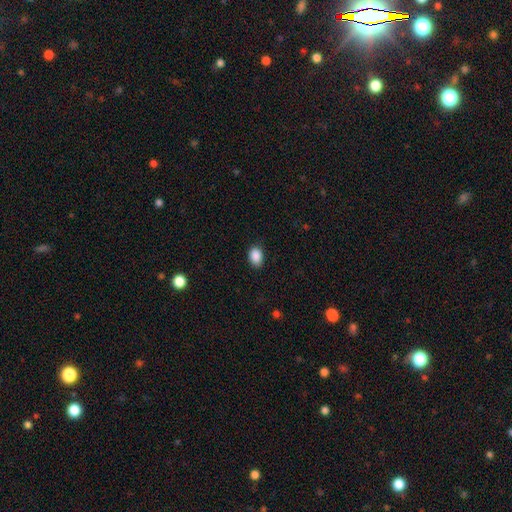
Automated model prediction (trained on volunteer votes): Smooth or featured? Predicted: smooth (p=0.89). How rounded? Predicted: in between (p=0.78). Merging? Predicted: none (p=0.85).